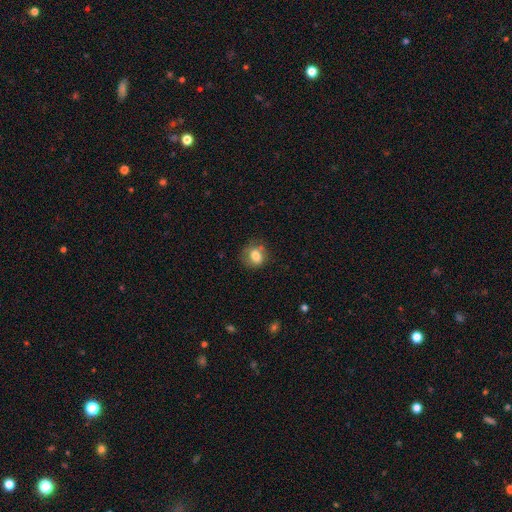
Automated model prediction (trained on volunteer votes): A smooth galaxy with no disk features (75%) that is round (63%). Merging: none (61%).